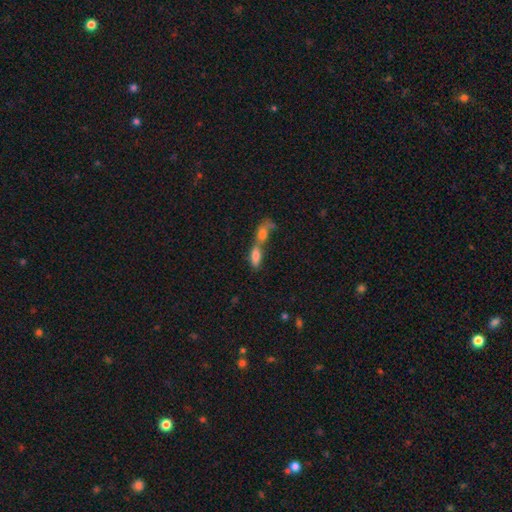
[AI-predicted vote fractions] This appears to be a smooth galaxy with no disk features (76%) that is in between round and cigar-shaped (78%). Merging: merger (71%).